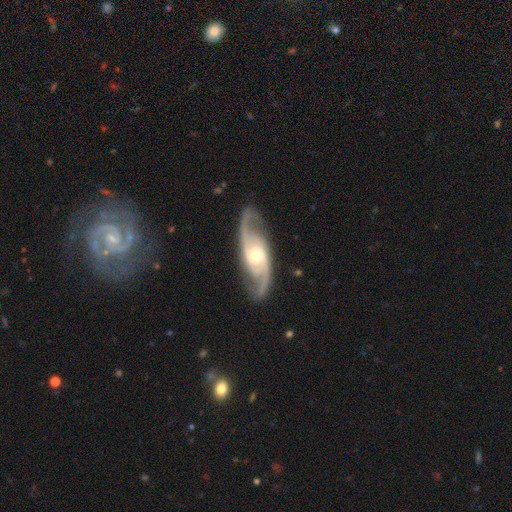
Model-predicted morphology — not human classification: smooth_or_featured: featured or disk (p=0.91) [alt: smooth p=0.05]
disk_edge_on: no (p=0.94) [alt: yes p=0.06]
bar: no (p=0.49) [alt: weak p=0.37]
has_spiral_arms: yes (p=0.98) [alt: no p=0.02]
spiral_winding: medium (p=0.53) [alt: loose p=0.31]
spiral_arm_count: 2 (p=0.92) [alt: 3 p=0.03]
bulge_size: moderate (p=0.53) [alt: small p=0.41]
merging: none (p=0.84) [alt: minor disturbance p=0.11]